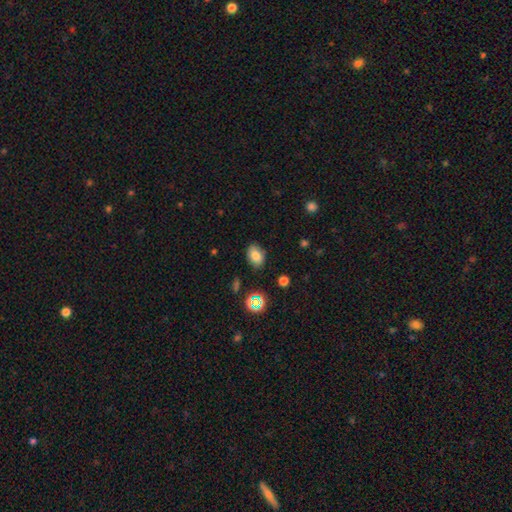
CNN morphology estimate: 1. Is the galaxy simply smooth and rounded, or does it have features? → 78% smooth, 13% star or artifact, 9% featured or disk.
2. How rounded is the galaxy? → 81% in between, 18% round, 1% cigar-shaped.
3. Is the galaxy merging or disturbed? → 83% none, 12% minor disturbance, 3% major disturbance, 2% merger.